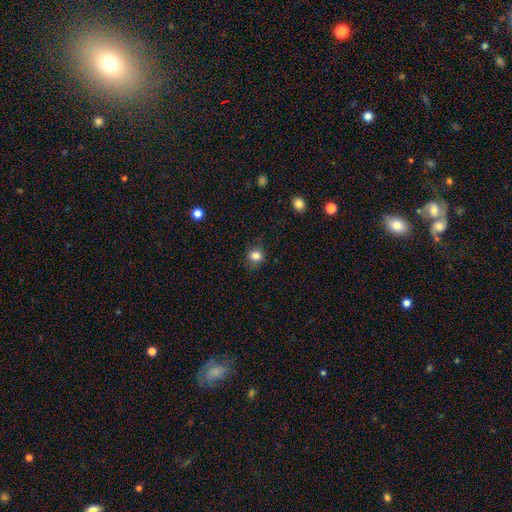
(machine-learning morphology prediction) Smooth or featured: smooth — 83% (star or artifact — 12%)
How rounded: round — 85% (in between — 14%)
Merging: none — 84% (minor disturbance — 12%)